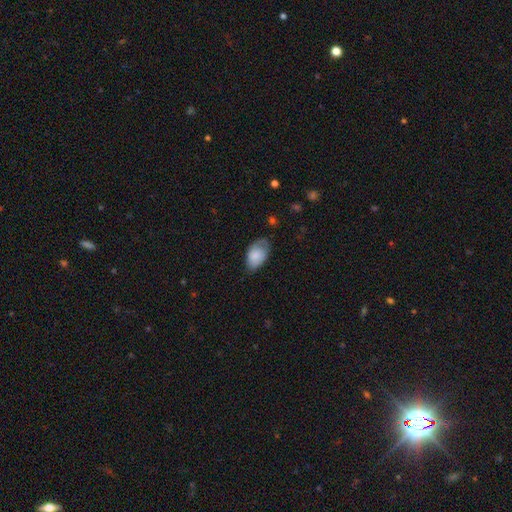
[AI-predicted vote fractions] smooth_or_featured: smooth (p=0.78) [alt: featured or disk p=0.15]
how_rounded: in between (p=0.92) [alt: round p=0.06]
merging: none (p=0.57) [alt: minor disturbance p=0.33]